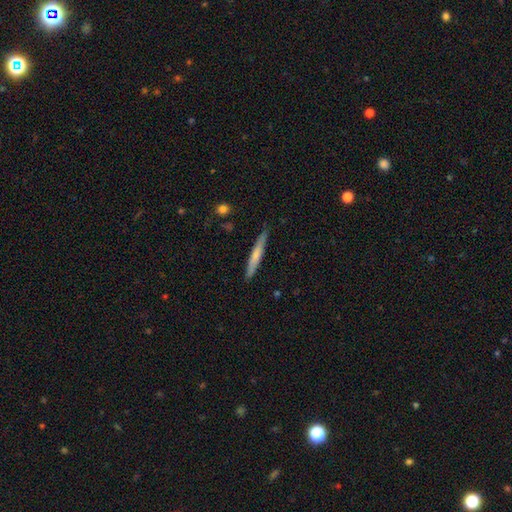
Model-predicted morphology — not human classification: A smooth galaxy with no disk features (56%) that is cigar-shaped (95%). Merging: none (87%).